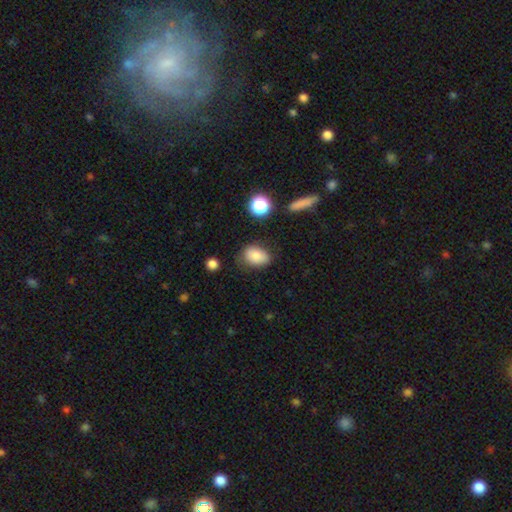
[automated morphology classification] Smooth or featured? smooth (82%)
How rounded? in between (80%)
Merging? none (73%)